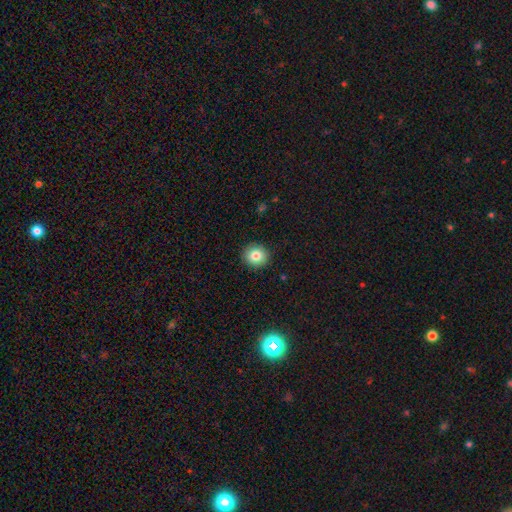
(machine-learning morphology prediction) smooth-or-featured: smooth: 82% | star or artifact: 10% | featured or disk: 8%
  how-rounded: round: 91% | in between: 9% | cigar-shaped: 1%
  merging: none: 91% | minor disturbance: 6% | major disturbance: 2% | merger: 1%